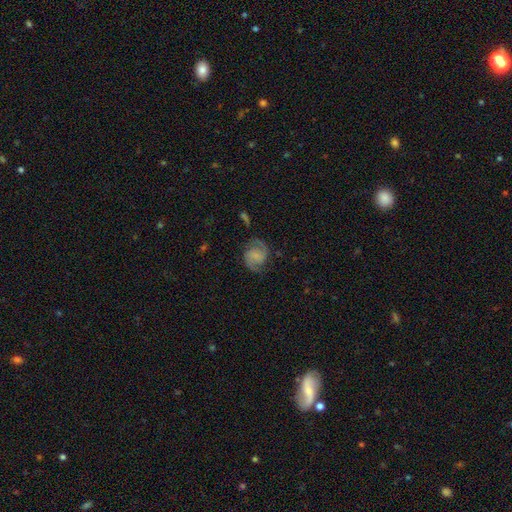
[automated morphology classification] featured or disk 76%, smooth 17%, star or artifact 7%. Down the decision tree: edge-on disk — no (98%); bar — no (51%); spiral arms — yes (96%); spiral arm count — 2 (92%); spiral winding — medium (53%); bulge size — none (40%); merging — none (75%).